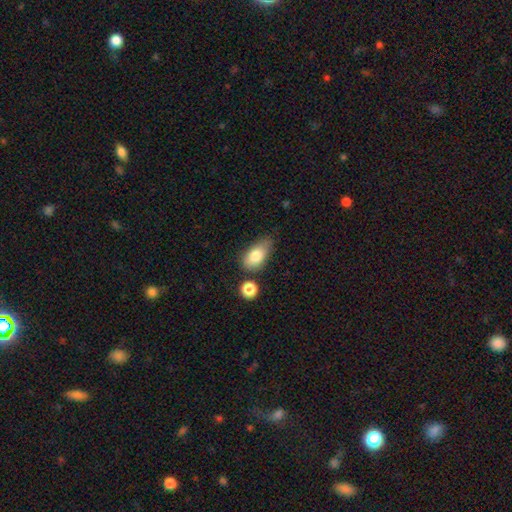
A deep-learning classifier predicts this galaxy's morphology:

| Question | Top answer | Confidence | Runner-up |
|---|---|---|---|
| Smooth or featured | smooth | 79% | featured or disk (13%) |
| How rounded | in between | 88% | round (7%) |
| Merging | none | 62% | minor disturbance (25%) |